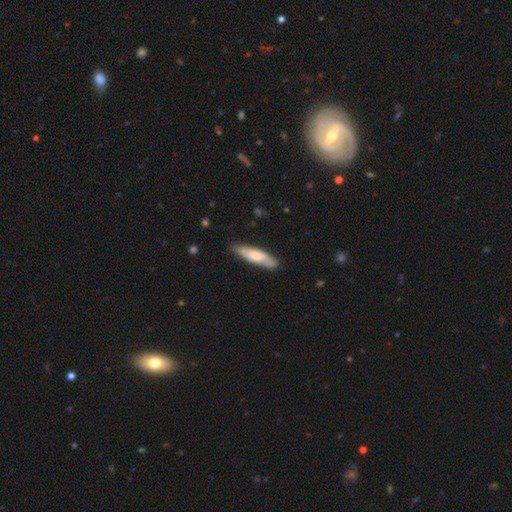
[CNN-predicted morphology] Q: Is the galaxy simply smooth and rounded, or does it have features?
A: smooth — 67%.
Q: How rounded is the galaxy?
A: cigar-shaped — 68%.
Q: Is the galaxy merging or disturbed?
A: none — 80%.